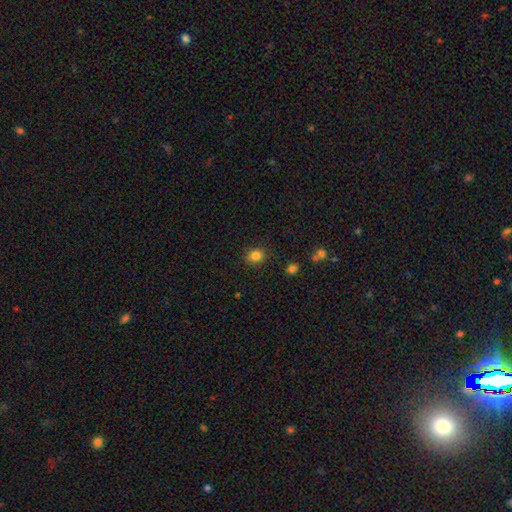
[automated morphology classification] A smooth galaxy with no disk features (84%) that is round (61%). Merging: none (86%).